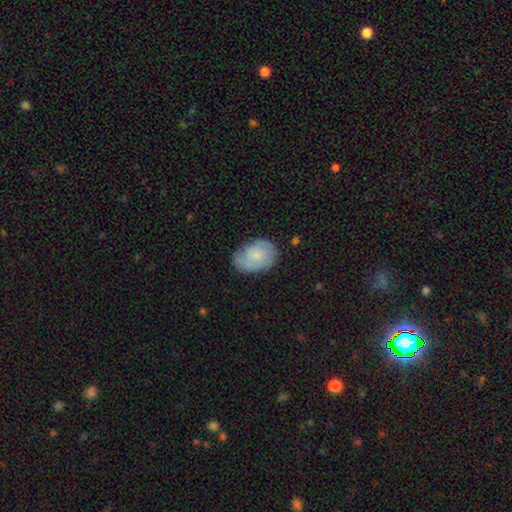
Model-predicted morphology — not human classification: smooth_or_featured: smooth (p=0.48) [alt: featured or disk p=0.45]
merging: none (p=0.55) [alt: minor disturbance p=0.31]